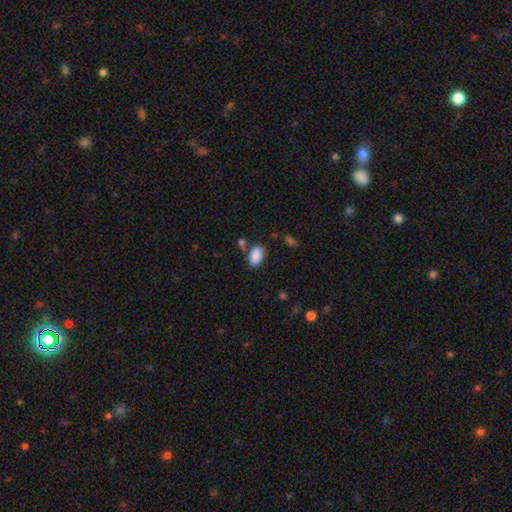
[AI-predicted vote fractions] The model was most divided on "merging": none: 74%, minor disturbance: 13%, merger: 9%, major disturbance: 4%. More confident: how rounded — in between (91%); smooth or featured — smooth (88%).